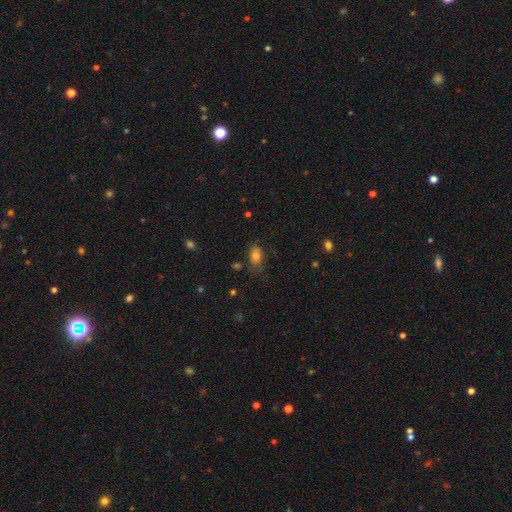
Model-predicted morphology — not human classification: This is likely a smooth galaxy (68%). How rounded: clearly in between (85%). Merging: likely none (62%).